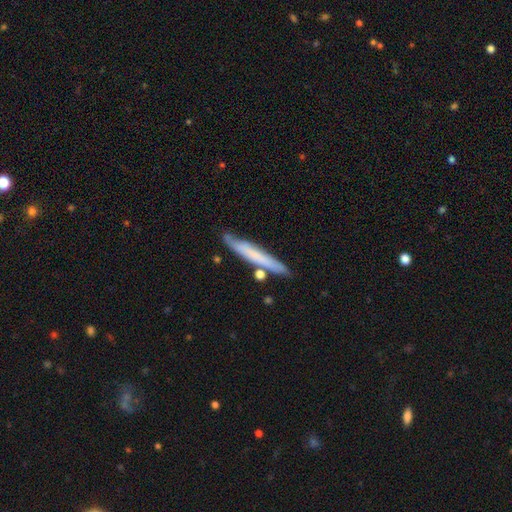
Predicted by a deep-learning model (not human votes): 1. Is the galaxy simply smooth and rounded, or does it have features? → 57% smooth, 36% featured or disk, 7% star or artifact.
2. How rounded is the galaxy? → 95% cigar-shaped, 4% in between, 1% round.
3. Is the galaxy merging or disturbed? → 77% none, 14% minor disturbance, 6% merger, 3% major disturbance.